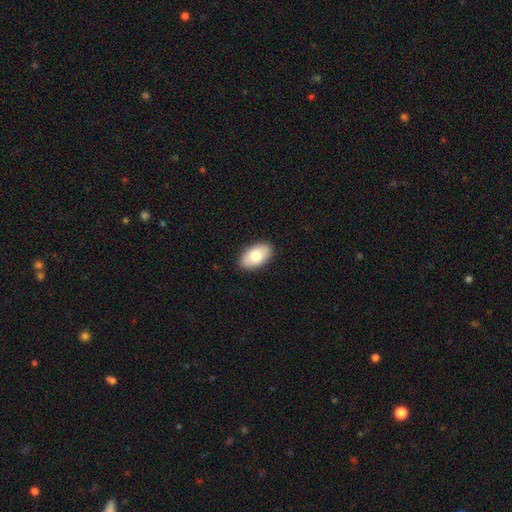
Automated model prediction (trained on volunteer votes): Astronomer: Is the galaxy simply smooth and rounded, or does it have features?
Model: smooth — 78%.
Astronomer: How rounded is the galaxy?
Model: in between — 94%.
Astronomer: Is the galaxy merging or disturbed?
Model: none — 90%.